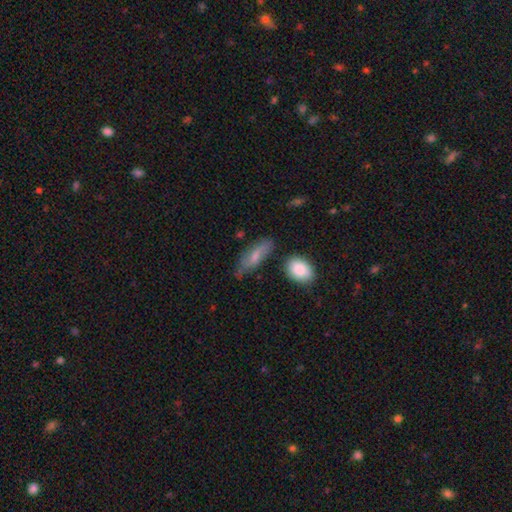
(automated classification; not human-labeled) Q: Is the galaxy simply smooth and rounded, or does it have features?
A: smooth — 64%.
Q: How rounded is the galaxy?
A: in between — 67%.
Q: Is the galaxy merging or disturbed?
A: none — 61%.